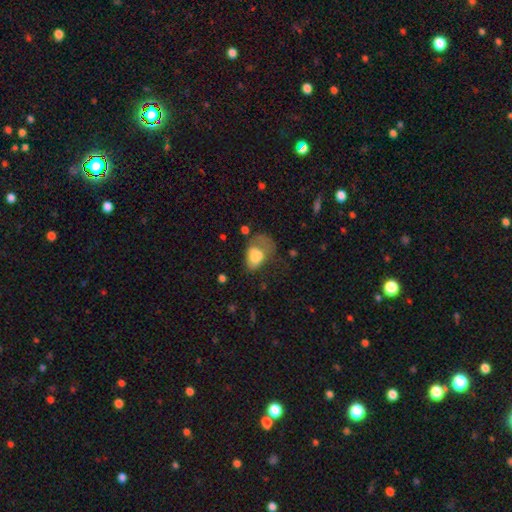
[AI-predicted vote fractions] Q: Smooth or featured?
A: smooth (71%); runner-up: featured or disk (21%)
Q: How rounded?
A: in between (79%); runner-up: round (20%)
Q: Merging?
A: major disturbance (55%); runner-up: minor disturbance (22%)